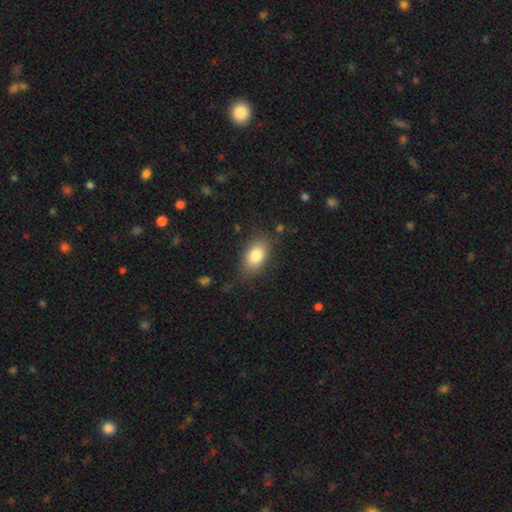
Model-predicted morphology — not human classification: This appears to be a smooth galaxy with no disk features (82%) that is in between round and cigar-shaped (88%). Merging: none (78%).